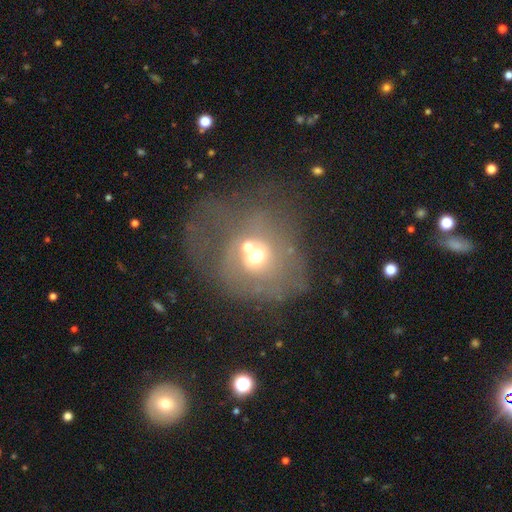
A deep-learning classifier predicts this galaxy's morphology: smooth 44%, featured or disk 39%, star or artifact 17%. Down the decision tree: merging — merger (40%).